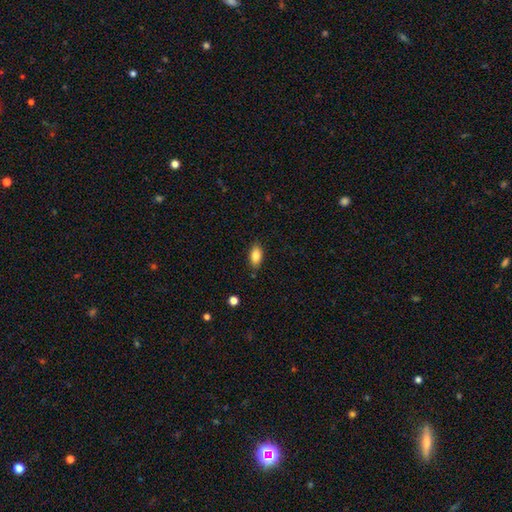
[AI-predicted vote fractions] This appears to be a smooth galaxy with no disk features (84%) that is in between round and cigar-shaped (88%). Merging: none (83%).